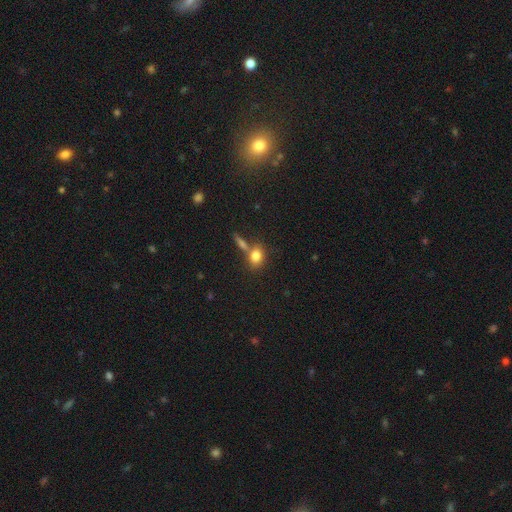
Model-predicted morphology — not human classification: This appears to be a smooth galaxy with no disk features (81%) that is in between round and cigar-shaped (56%). Merging: none (54%).